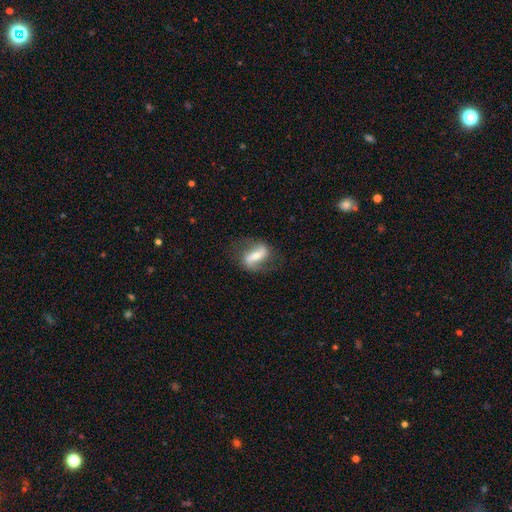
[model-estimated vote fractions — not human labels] Smooth or featured: featured or disk — 70% (smooth — 23%)
Edge-on disk: no — 89% (yes — 11%)
Bar: strong — 58% (weak — 27%)
Spiral arms: yes — 82% (no — 18%)
Spiral winding: loose — 56% (medium — 32%)
Spiral arm count: 2 — 87% (can't tell — 6%)
Bulge size: moderate — 55% (small — 35%)
Merging: none — 71% (minor disturbance — 18%)